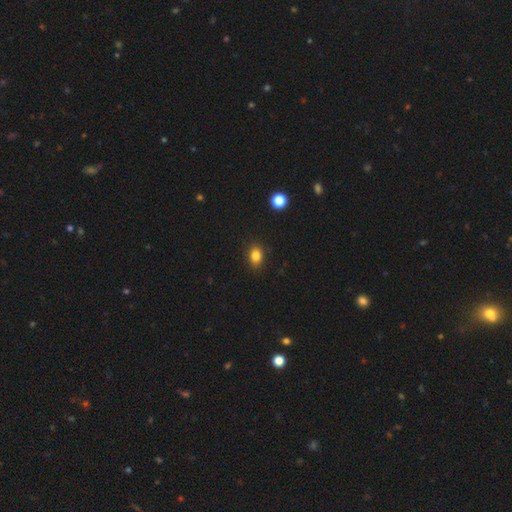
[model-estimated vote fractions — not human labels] Morphology: type=smooth (83%); roundness=in between (67%); merging=none (88%).